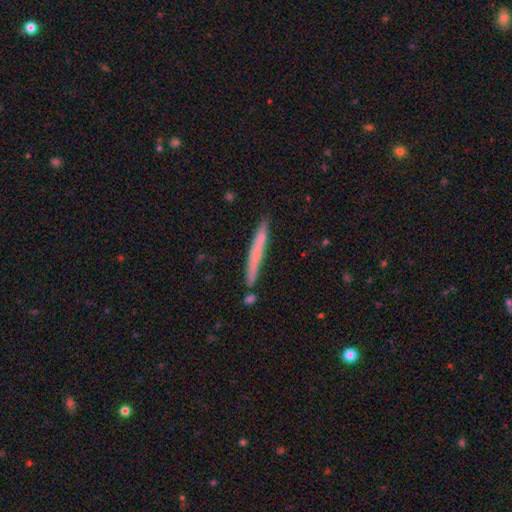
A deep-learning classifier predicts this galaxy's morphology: The model was most divided on "smooth or featured": smooth: 59%, featured or disk: 35%, star or artifact: 6%. More confident: how rounded — cigar-shaped (97%); merging — none (82%).